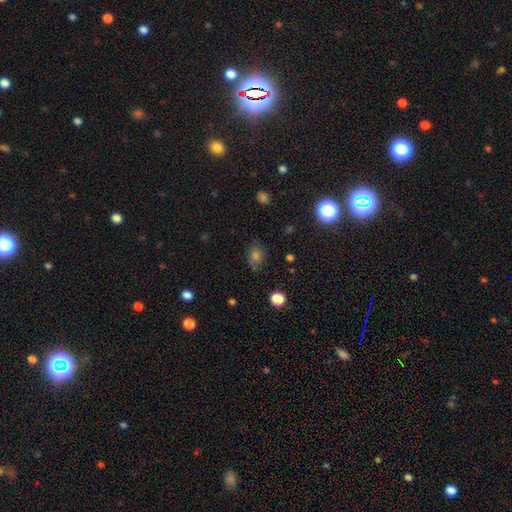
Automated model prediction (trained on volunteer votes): Morphology: type=smooth (67%); roundness=in between (61%); merging=none (72%).